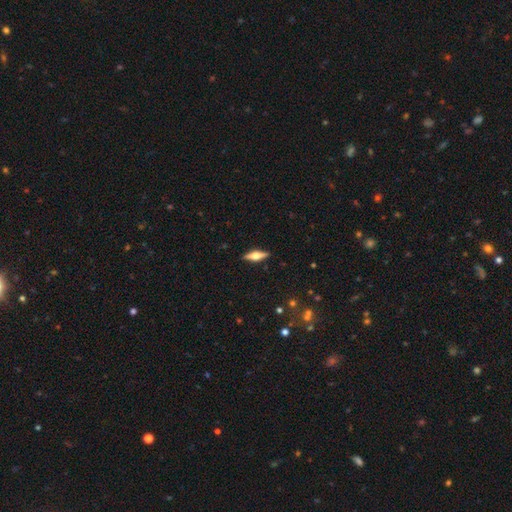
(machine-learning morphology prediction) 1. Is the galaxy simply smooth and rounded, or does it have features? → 58% featured or disk, 36% smooth, 6% star or artifact.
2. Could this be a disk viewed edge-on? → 96% yes, 4% no.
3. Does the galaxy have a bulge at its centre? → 91% rounded, 7% boxy, 2% none.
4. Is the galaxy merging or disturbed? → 90% none, 7% minor disturbance, 2% major disturbance, 1% merger.